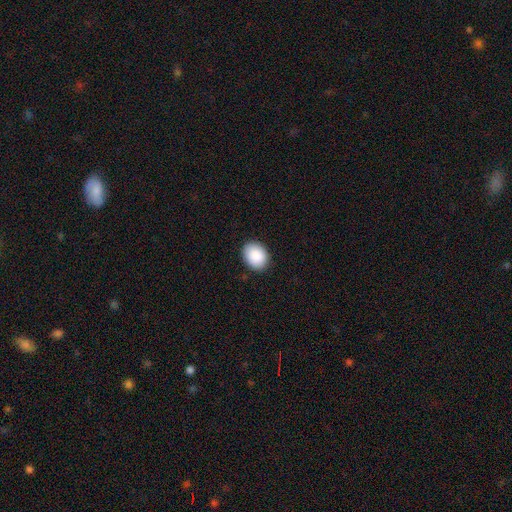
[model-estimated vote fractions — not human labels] Smooth or featured: smooth — 89% (star or artifact — 7%)
How rounded: in between — 57% (round — 42%)
Merging: none — 88% (minor disturbance — 9%)